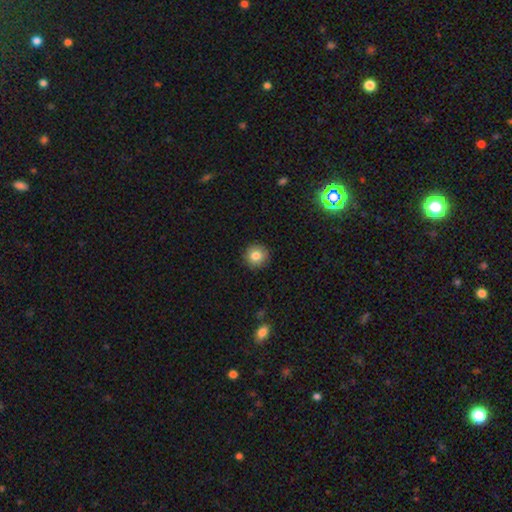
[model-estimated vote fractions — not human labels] smooth-or-featured: smooth: 82% | star or artifact: 10% | featured or disk: 8%
  how-rounded: round: 94% | in between: 5% | cigar-shaped: 1%
  merging: none: 92% | minor disturbance: 6% | major disturbance: 2% | merger: 1%